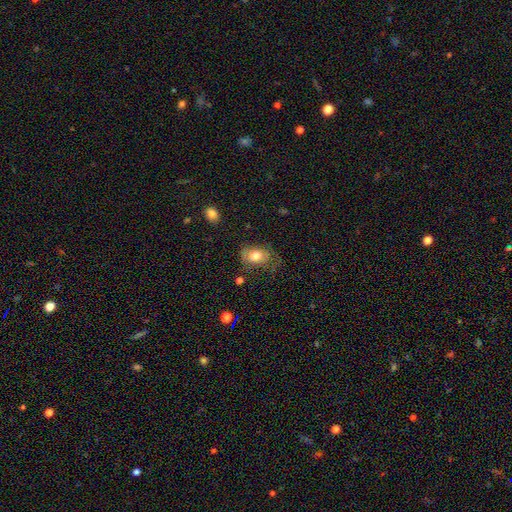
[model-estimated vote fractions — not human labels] smooth-or-featured: smooth: 65% | featured or disk: 26% | star or artifact: 9%
  how-rounded: in between: 71% | round: 28% | cigar-shaped: 1%
  merging: none: 48% | minor disturbance: 28% | major disturbance: 22% | merger: 2%